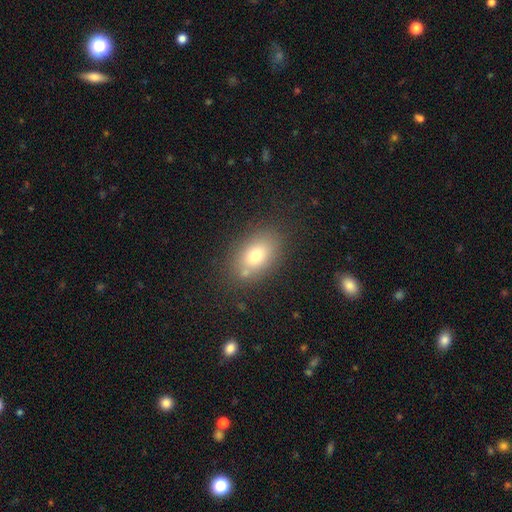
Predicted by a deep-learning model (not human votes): Smooth or featured: smooth — 75% (featured or disk — 14%)
How rounded: in between — 83% (round — 15%)
Merging: none — 76% (minor disturbance — 13%)